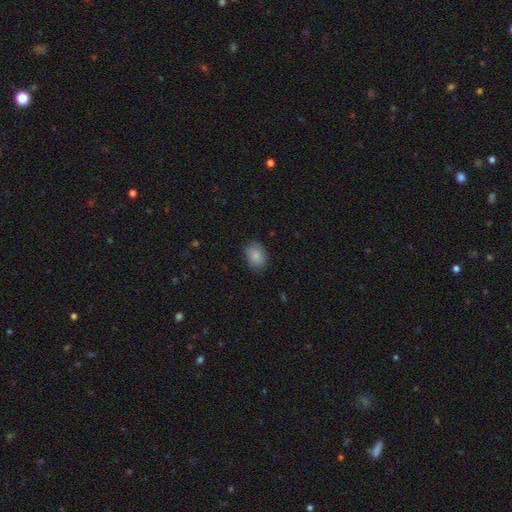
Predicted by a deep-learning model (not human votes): Smooth or featured?
  - smooth: 87% *
  - star or artifact: 8%
  - featured or disk: 5%
How rounded?
  - in between: 67% *
  - round: 32%
  - cigar-shaped: 1%
Merging?
  - none: 82% *
  - minor disturbance: 14%
  - major disturbance: 3%
  - merger: 1%